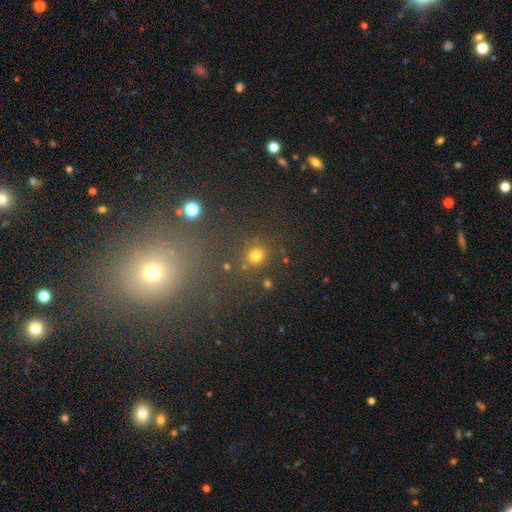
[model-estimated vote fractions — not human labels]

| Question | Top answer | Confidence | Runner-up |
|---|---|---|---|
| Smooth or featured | smooth | 72% | star or artifact (21%) |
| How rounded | round | 88% | in between (10%) |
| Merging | none | 78% | minor disturbance (9%) |